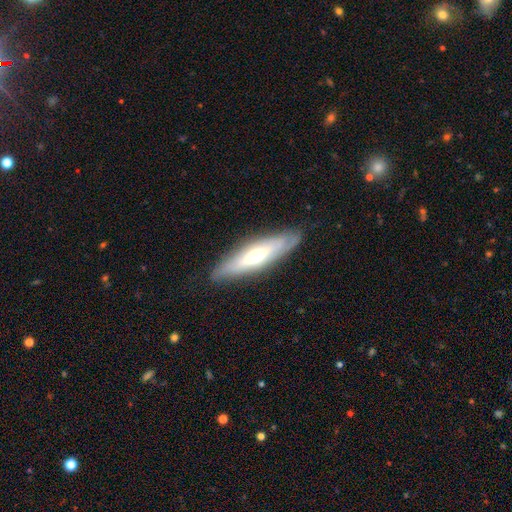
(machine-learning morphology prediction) Q: Smooth or featured?
A: featured or disk (54%); runner-up: smooth (39%)
Q: Edge-on disk?
A: yes (65%); runner-up: no (35%)
Q: Merging?
A: none (82%); runner-up: minor disturbance (14%)